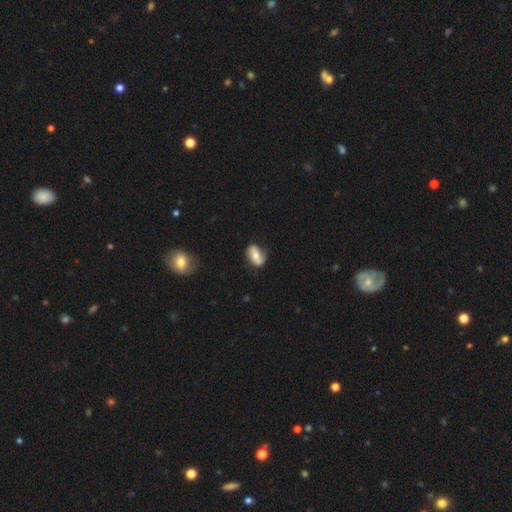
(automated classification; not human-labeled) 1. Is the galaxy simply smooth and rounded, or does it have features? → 47% smooth, 46% featured or disk, 7% star or artifact.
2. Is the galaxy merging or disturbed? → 67% none, 24% minor disturbance, 7% major disturbance, 2% merger.